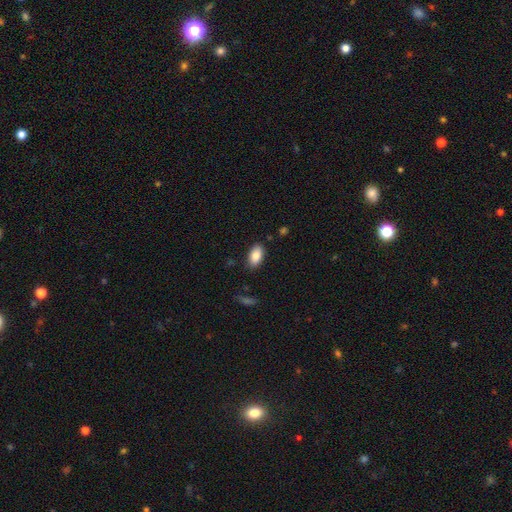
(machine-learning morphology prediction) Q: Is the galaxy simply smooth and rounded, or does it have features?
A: smooth — 85%.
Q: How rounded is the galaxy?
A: in between — 93%.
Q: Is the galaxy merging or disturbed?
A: none — 85%.